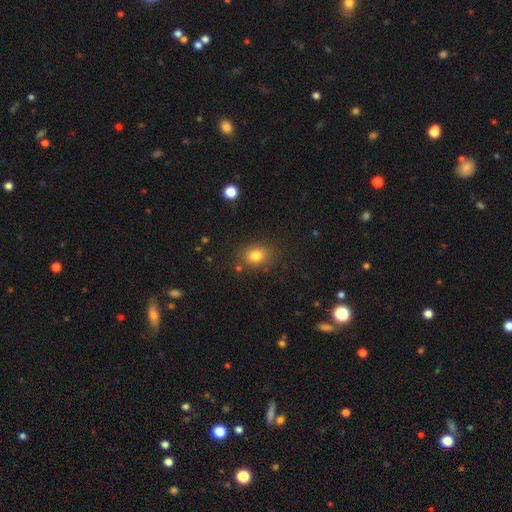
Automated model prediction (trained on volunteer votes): smooth_or_featured: smooth (p=0.81) [alt: star or artifact p=0.11]
how_rounded: in between (p=0.50) [alt: round p=0.49]
merging: none (p=0.81) [alt: minor disturbance p=0.12]